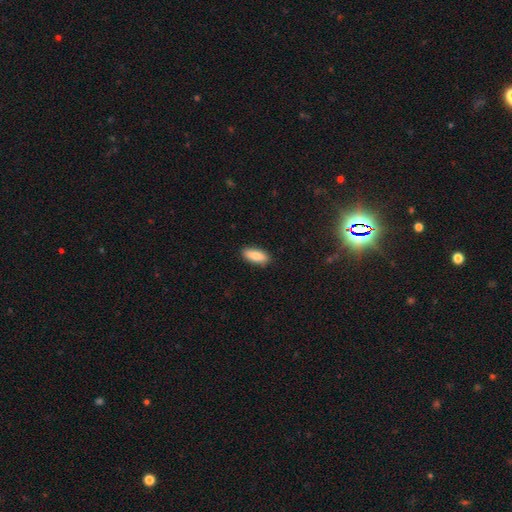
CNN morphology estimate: Smooth or featured? Predicted: smooth (p=0.82). How rounded? Predicted: in between (p=0.79). Merging? Predicted: none (p=0.88).